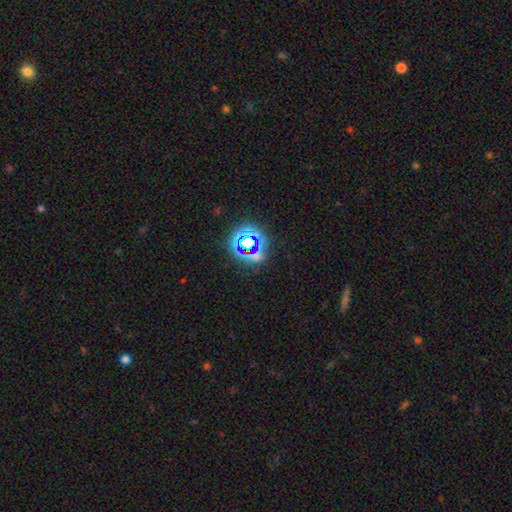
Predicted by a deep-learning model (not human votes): smooth-or-featured: star or artifact: 67% | smooth: 23% | featured or disk: 10%